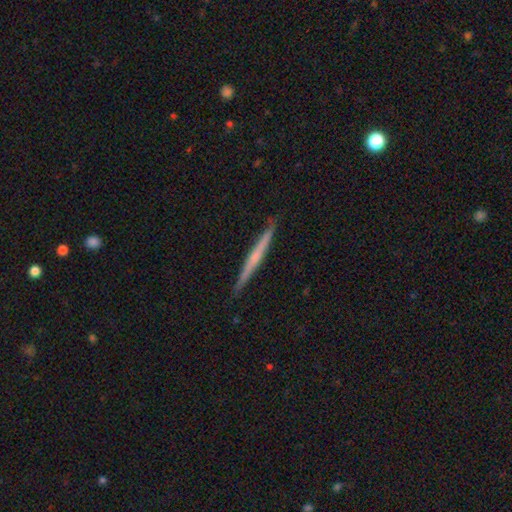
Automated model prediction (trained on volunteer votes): Smooth or featured?
  - featured or disk: 59% *
  - smooth: 35%
  - star or artifact: 6%
Edge-on disk?
  - yes: 98% *
  - no: 2%
Edge-on bulge?
  - none: 62% *
  - rounded: 31%
  - boxy: 7%
Merging?
  - none: 90% *
  - minor disturbance: 7%
  - major disturbance: 1%
  - merger: 1%